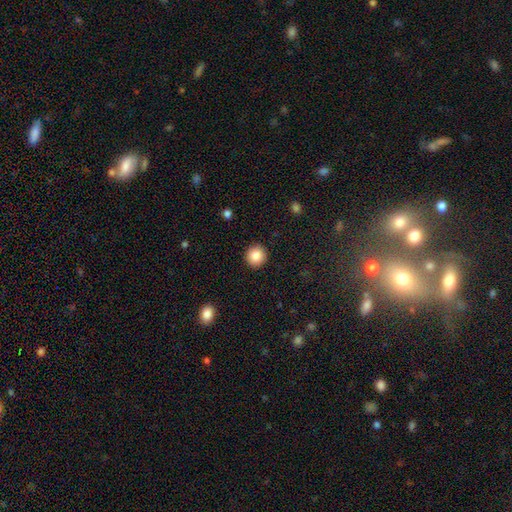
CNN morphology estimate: A smooth galaxy with no disk features (86%) that is round (92%).

Vote fractions:
- Smooth or featured? smooth: 86% / star or artifact: 9% / featured or disk: 5%
- How rounded? round: 92% / in between: 7% / cigar-shaped: 1%
- Merging? none: 92% / minor disturbance: 5% / major disturbance: 2% / merger: 1%